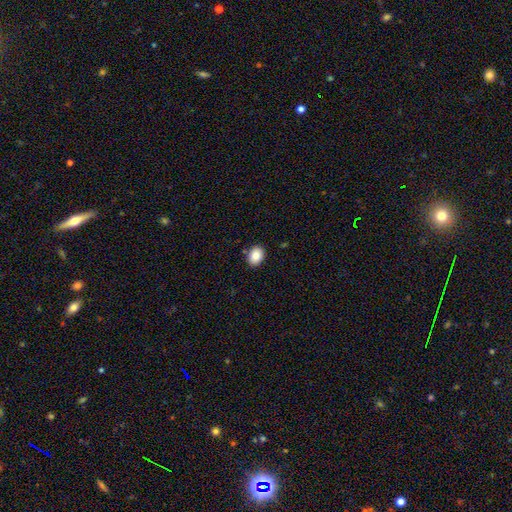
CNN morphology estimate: Smooth or featured? Predicted: smooth (p=0.84). How rounded? Predicted: in between (p=0.62). Merging? Predicted: none (p=0.87).